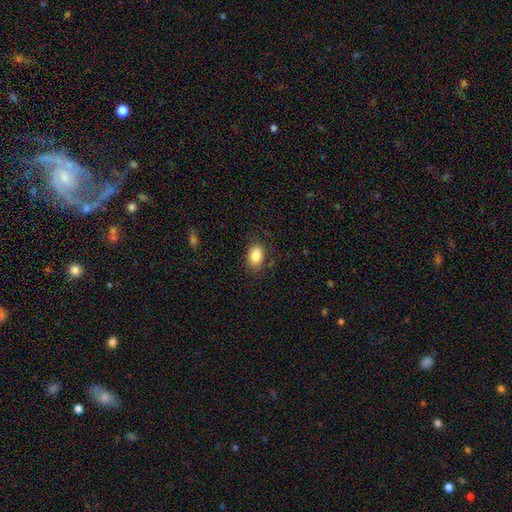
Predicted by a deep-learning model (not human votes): smooth 85%, star or artifact 8%, featured or disk 7%. Down the decision tree: how rounded — in between (82%); merging — none (82%).